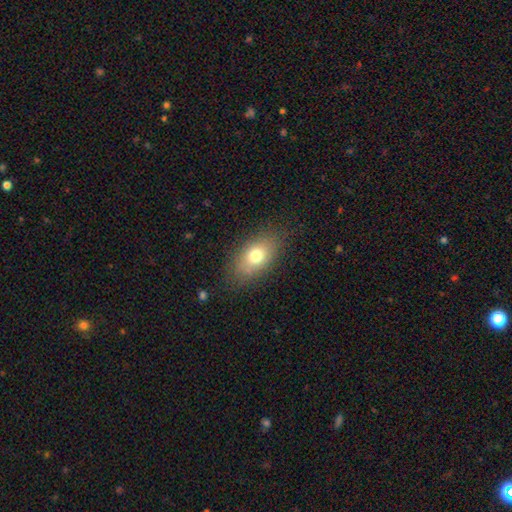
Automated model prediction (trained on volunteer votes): smooth-or-featured: smooth: 74% | featured or disk: 17% | star or artifact: 10%
  how-rounded: in between: 84% | round: 13% | cigar-shaped: 3%
  merging: none: 80% | minor disturbance: 14% | major disturbance: 5% | merger: 1%